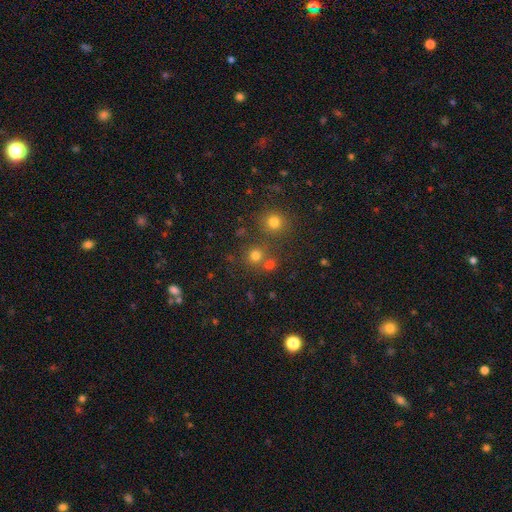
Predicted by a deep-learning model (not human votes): Smooth or featured? smooth (72%)
How rounded? round (91%)
Merging? none (69%)